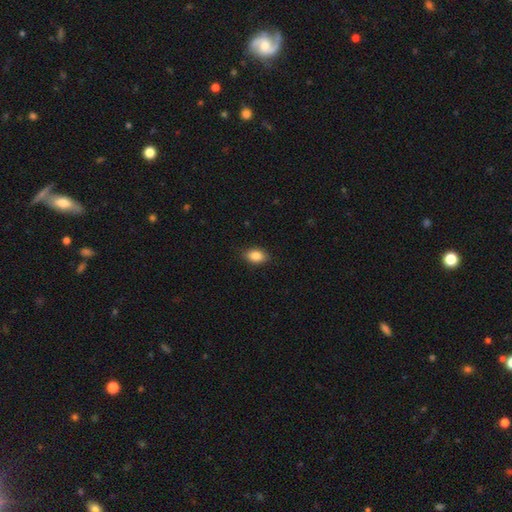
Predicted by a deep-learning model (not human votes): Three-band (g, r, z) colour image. It shows a smooth galaxy with no disk features (86%) that is in between round and cigar-shaped (86%). Merging: none (86%).